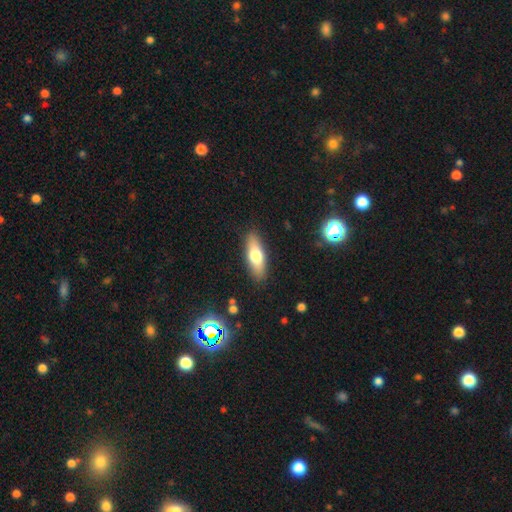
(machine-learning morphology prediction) Overall: smooth (68%). How rounded: in between (59%; cigar-shaped 38%). Merging: none (88%).